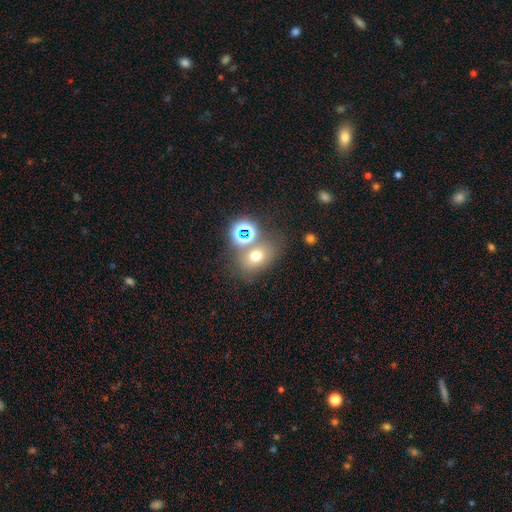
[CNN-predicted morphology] smooth 63%, star or artifact 23%, featured or disk 14%. Down the decision tree: how rounded — in between (53%); merging — none (57%).